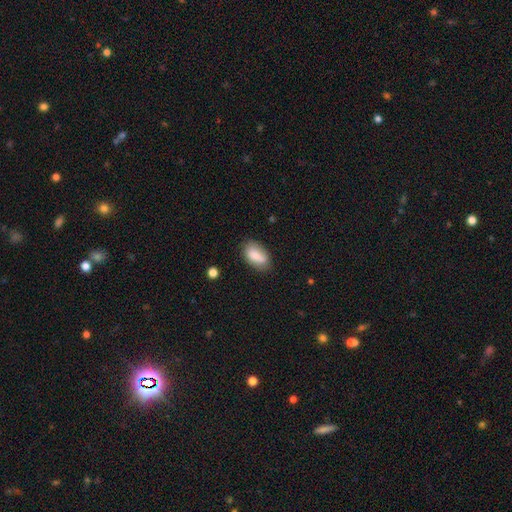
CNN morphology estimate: The model was most divided on "merging": none: 74%, minor disturbance: 19%, major disturbance: 4%, merger: 3%. More confident: how rounded — in between (92%); smooth or featured — smooth (82%).